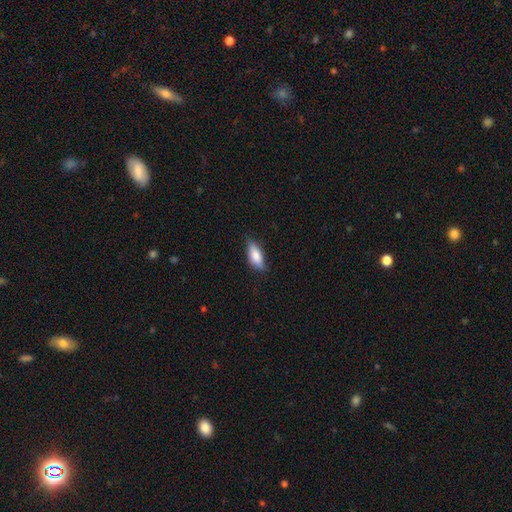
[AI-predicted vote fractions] This appears to be a smooth galaxy with no disk features (80%) that is in between round and cigar-shaped (77%). Merging: none (74%).